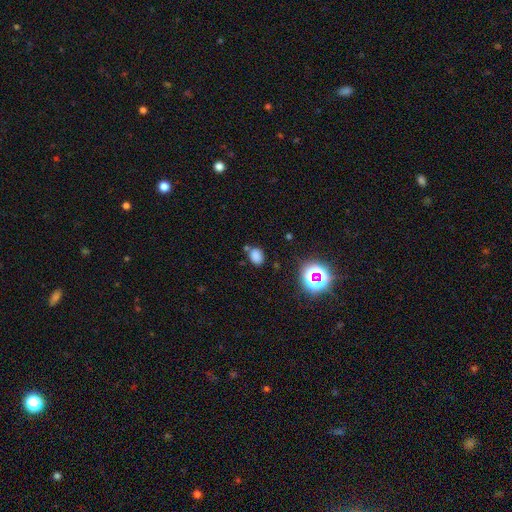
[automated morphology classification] Smooth or featured? Predicted: smooth (p=0.75). How rounded? Predicted: in between (p=0.66). Merging? Predicted: none (p=0.74).